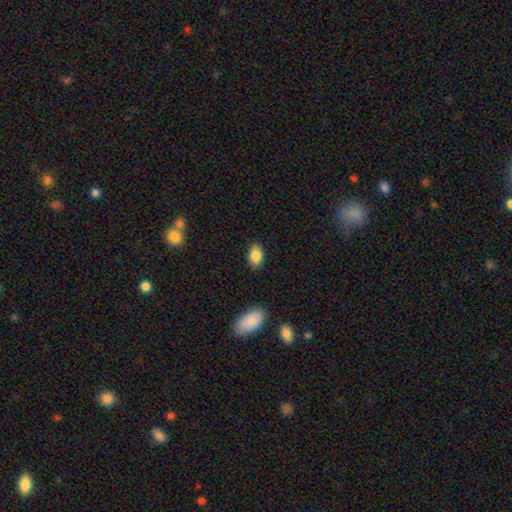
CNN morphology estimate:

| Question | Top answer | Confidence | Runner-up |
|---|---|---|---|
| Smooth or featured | smooth | 85% | star or artifact (8%) |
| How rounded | in between | 89% | round (9%) |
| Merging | none | 86% | minor disturbance (10%) |